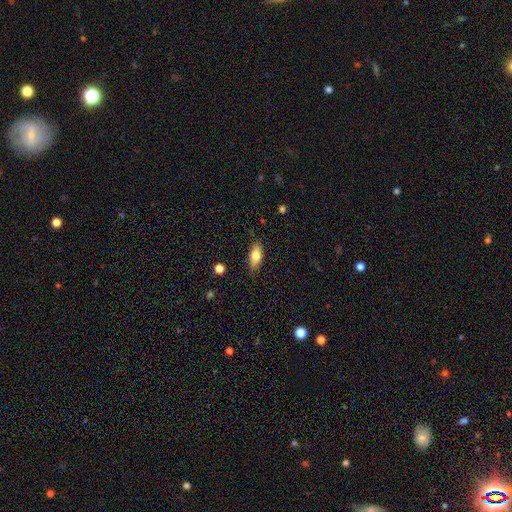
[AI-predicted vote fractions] Q: Smooth or featured?
A: smooth (76%); runner-up: featured or disk (17%)
Q: How rounded?
A: in between (81%); runner-up: cigar-shaped (15%)
Q: Merging?
A: none (83%); runner-up: minor disturbance (13%)